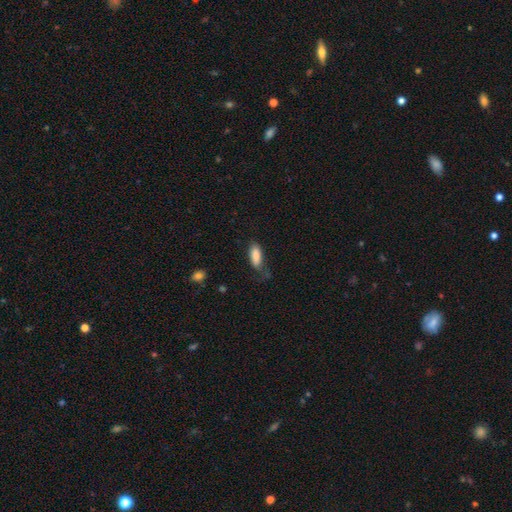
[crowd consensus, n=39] smooth-or-featured: smooth: 95% | featured or disk: 3% | star or artifact: 3%
  how-rounded: in between: 81% | cigar-shaped: 14% | round: 5%
  merging: none: 66% | minor disturbance: 18% | major disturbance: 11% | merger: 5%